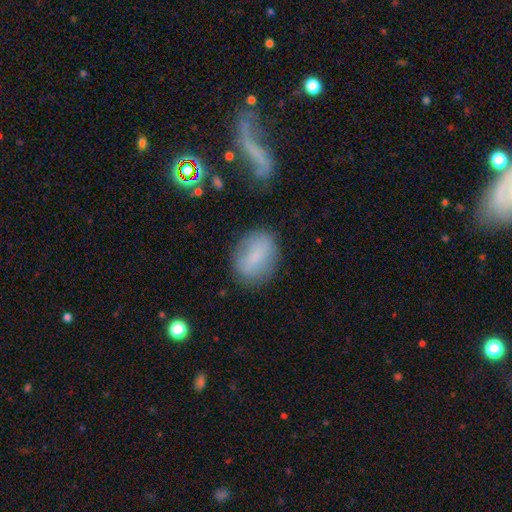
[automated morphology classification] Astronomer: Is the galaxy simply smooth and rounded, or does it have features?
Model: smooth — 72%.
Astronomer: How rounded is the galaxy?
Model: in between — 70%.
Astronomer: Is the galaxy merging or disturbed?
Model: none — 77%.